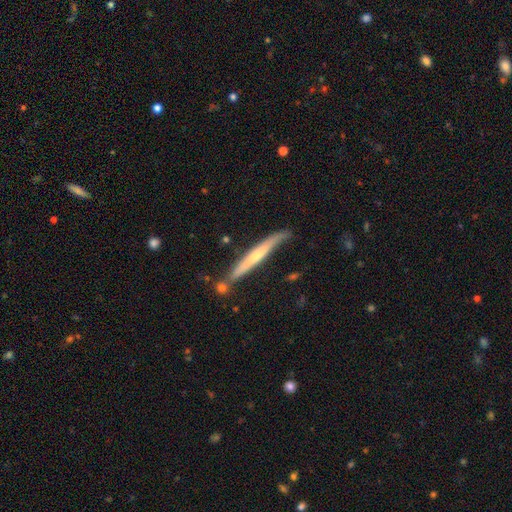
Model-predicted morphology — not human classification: Q: Smooth or featured?
A: featured or disk (56%); runner-up: smooth (39%)
Q: Edge-on disk?
A: yes (93%); runner-up: no (7%)
Q: Edge-on bulge?
A: none (47%); tied with: rounded (47%)
Q: Merging?
A: none (71%); runner-up: minor disturbance (18%)